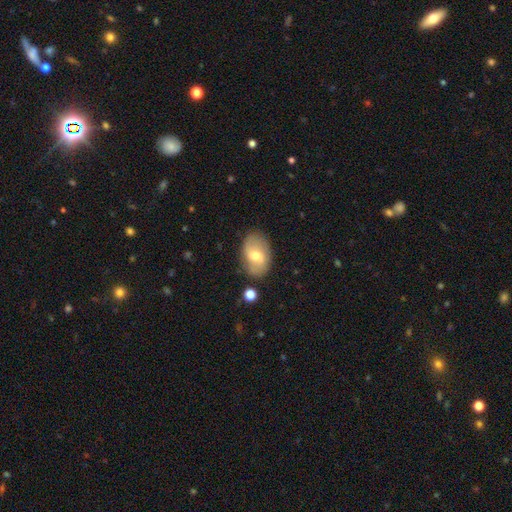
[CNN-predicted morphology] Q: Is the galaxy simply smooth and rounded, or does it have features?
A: smooth — 52%.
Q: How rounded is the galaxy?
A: in between — 85%.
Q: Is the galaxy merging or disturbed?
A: none — 77%.